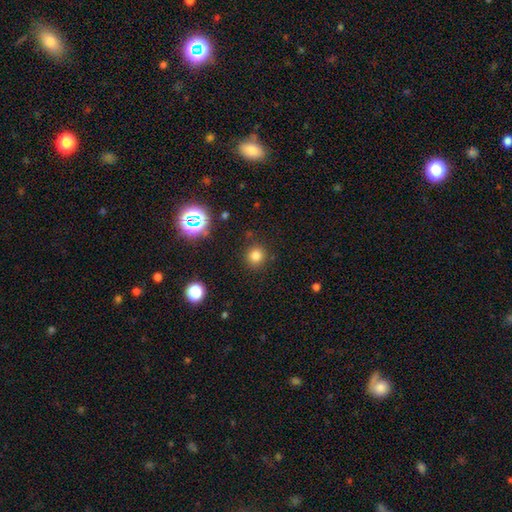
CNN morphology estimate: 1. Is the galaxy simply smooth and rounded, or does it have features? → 77% smooth, 18% star or artifact, 5% featured or disk.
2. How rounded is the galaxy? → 93% round, 6% in between, 1% cigar-shaped.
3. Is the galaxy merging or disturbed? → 88% none, 7% minor disturbance, 3% major disturbance, 2% merger.